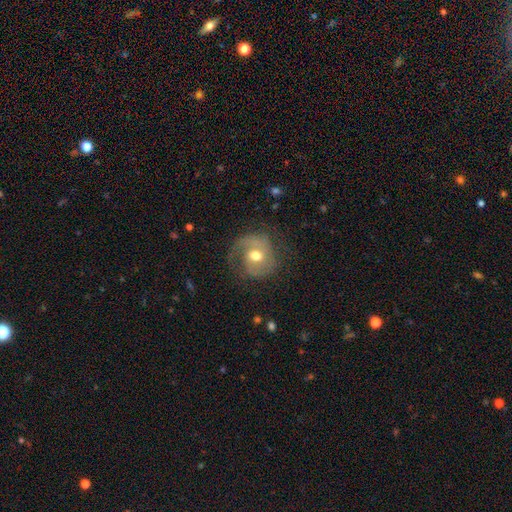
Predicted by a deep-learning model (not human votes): Overall: featured or disk (63%; smooth 29%). Edge-on disk: no (97%). Bar: no (61%; weak 31%). Spiral arms: yes (82%). Spiral arm count: 2 (47%; 1 35%). Spiral winding: medium (42%; tight 30%). Bulge size: moderate (75%). Merging: none (58%; minor disturbance 22%).